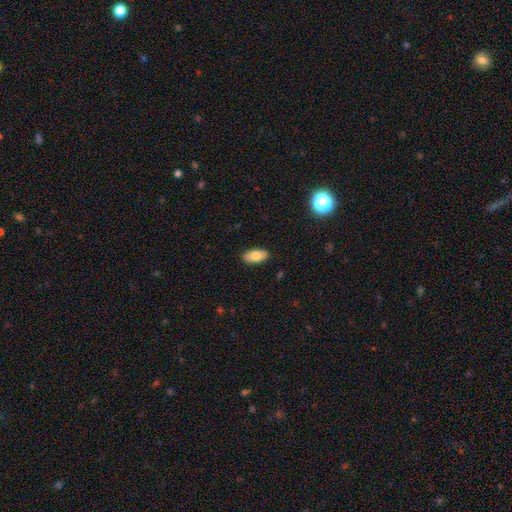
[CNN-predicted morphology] This appears to be a smooth galaxy with no disk features (73%) that is in between round and cigar-shaped (91%). Merging: none (88%).